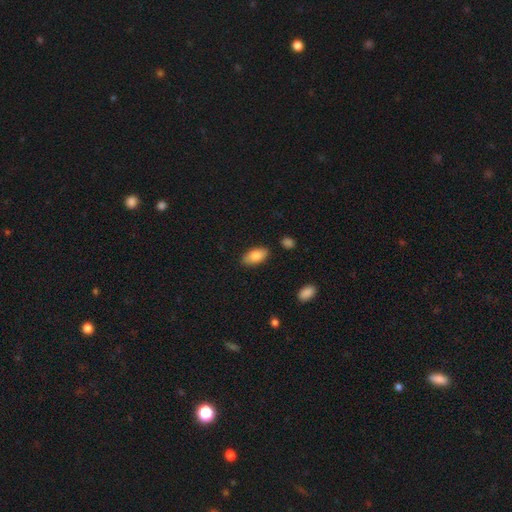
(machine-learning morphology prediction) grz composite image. It shows a smooth galaxy with no disk features (83%) that is in between round and cigar-shaped (92%). Merging: none (85%).